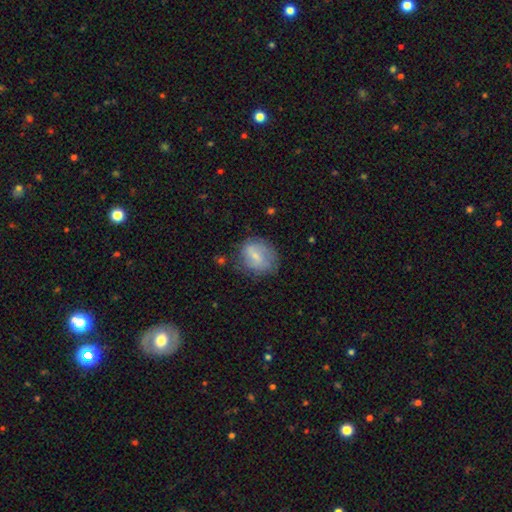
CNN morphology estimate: Smooth or featured? Predicted: smooth (p=0.50). Merging? Predicted: none (p=0.63).